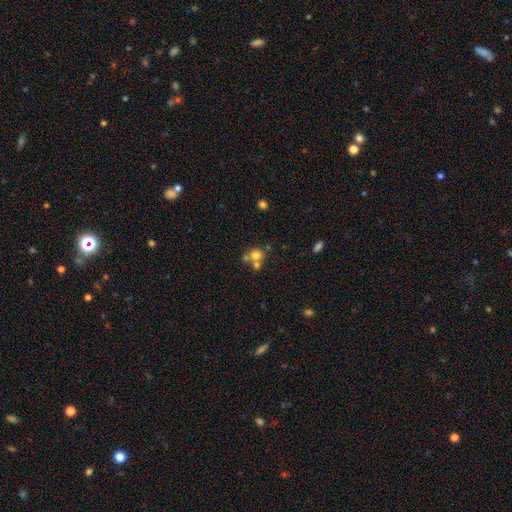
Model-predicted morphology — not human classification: This is likely a smooth galaxy (63%). How rounded: clearly round (83%). Merging: possibly none (46%).